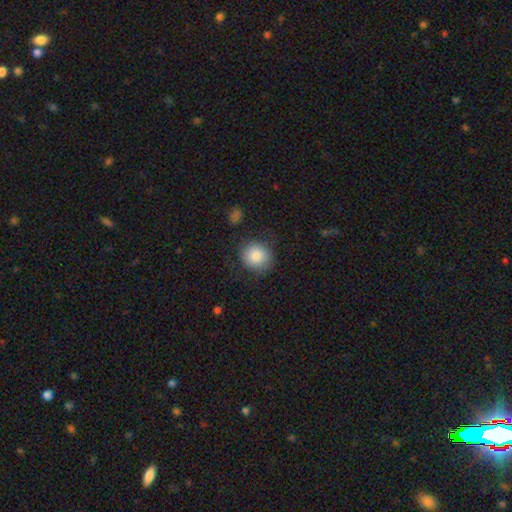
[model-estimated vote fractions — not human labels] Smooth or featured? Predicted: smooth (p=0.85). How rounded? Predicted: round (p=0.86). Merging? Predicted: none (p=0.82).